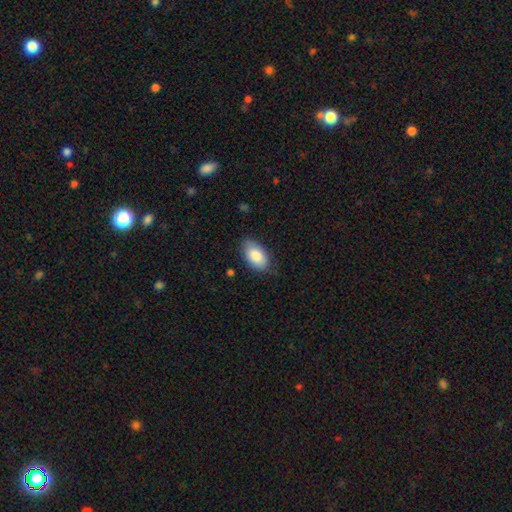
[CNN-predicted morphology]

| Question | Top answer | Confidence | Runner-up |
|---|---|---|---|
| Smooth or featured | smooth | 86% | featured or disk (8%) |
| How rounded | in between | 94% | round (5%) |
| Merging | none | 79% | minor disturbance (16%) |